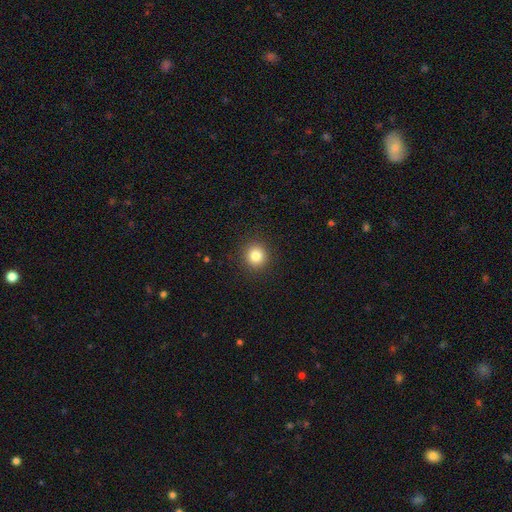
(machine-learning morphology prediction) Overall: smooth (83%). How rounded: round (92%). Merging: none (92%).